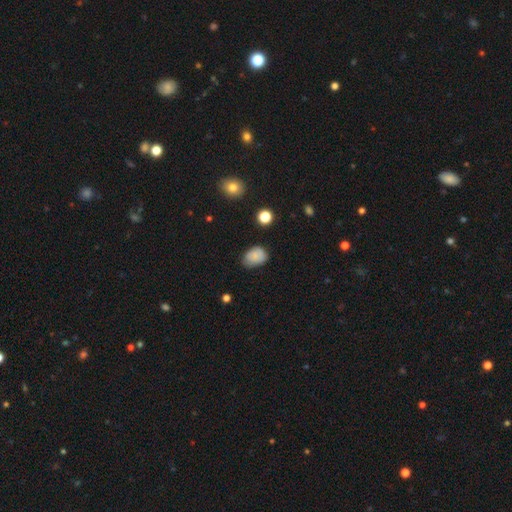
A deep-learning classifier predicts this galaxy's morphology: This is clearly a smooth galaxy (82%). How rounded: likely in between (76%). Merging: likely none (63%).